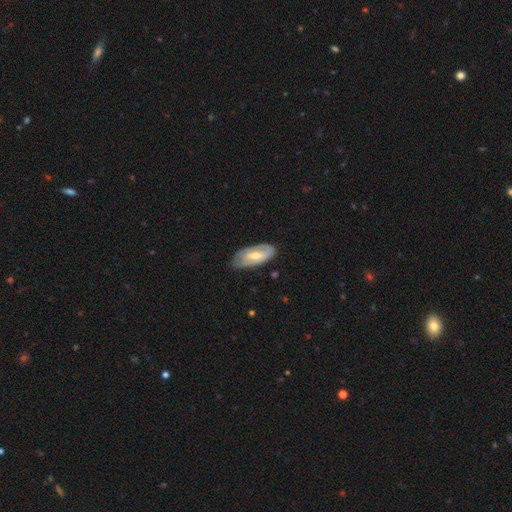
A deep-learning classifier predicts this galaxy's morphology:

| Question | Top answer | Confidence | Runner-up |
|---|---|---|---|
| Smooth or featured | featured or disk | 61% | smooth (34%) |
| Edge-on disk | no | 90% | yes (10%) |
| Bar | weak | 42% | no (31%) |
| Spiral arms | yes | 64% | no (36%) |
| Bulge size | moderate | 51% | small (44%) |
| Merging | none | 70% | minor disturbance (23%) |